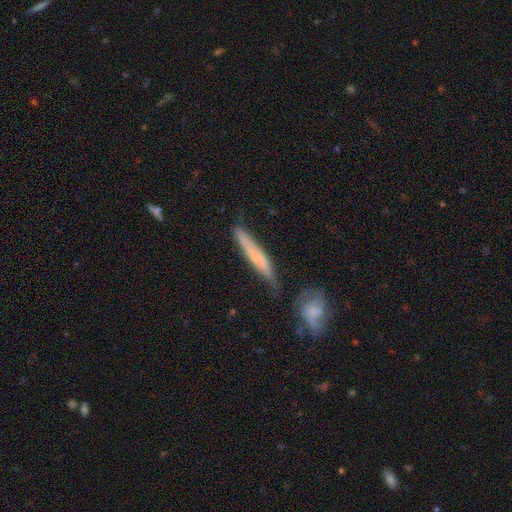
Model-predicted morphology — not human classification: Smooth or featured?
  - smooth: 54% *
  - featured or disk: 40%
  - star or artifact: 7%
How rounded?
  - cigar-shaped: 92% *
  - in between: 6%
  - round: 2%
Merging?
  - none: 62% *
  - minor disturbance: 23%
  - merger: 9%
  - major disturbance: 6%